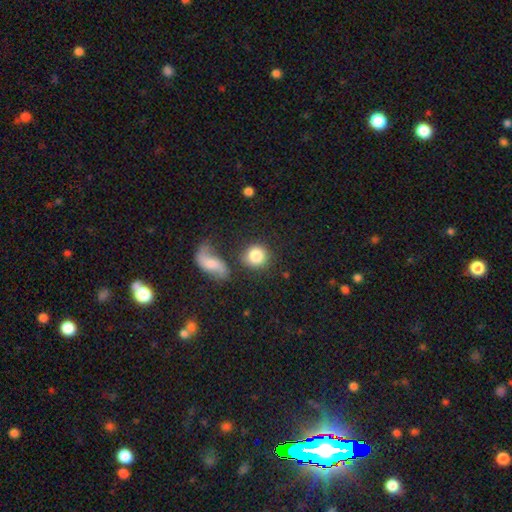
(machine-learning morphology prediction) smooth-or-featured: smooth: 82% | featured or disk: 10% | star or artifact: 8%
  how-rounded: round: 82% | in between: 16% | cigar-shaped: 2%
  merging: none: 64% | merger: 16% | minor disturbance: 14% | major disturbance: 6%